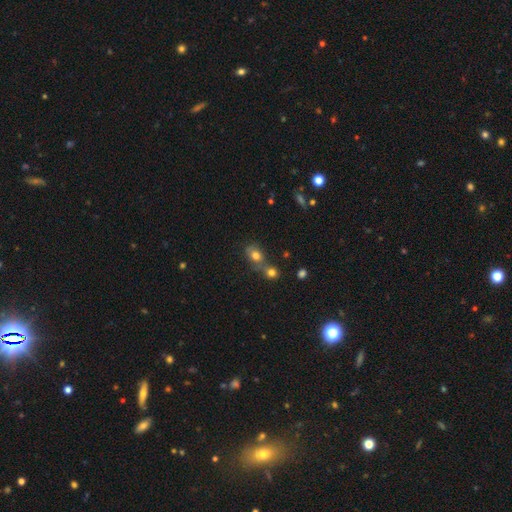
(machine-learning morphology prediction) Overall: smooth (76%). How rounded: in between (50%; round 48%). Merging: merger (46%; none 37%).